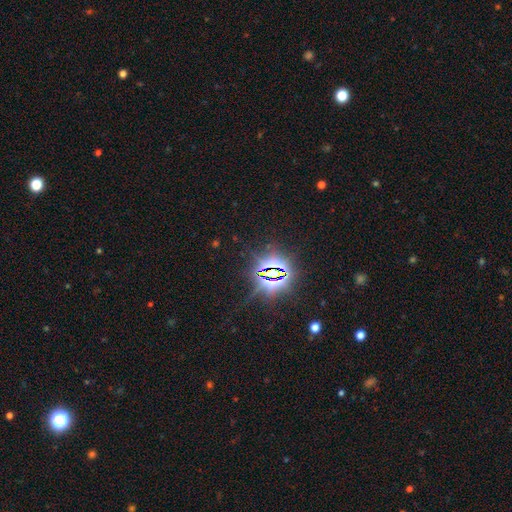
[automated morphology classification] A star or artifact, not a galaxy (84%).